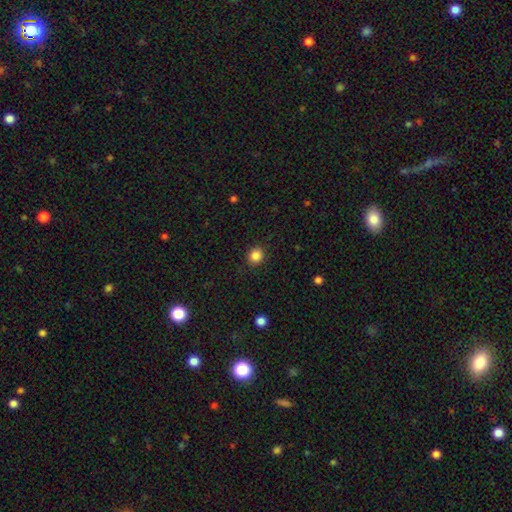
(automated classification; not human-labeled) Smooth or featured? smooth (85%)
How rounded? round (82%)
Merging? none (90%)